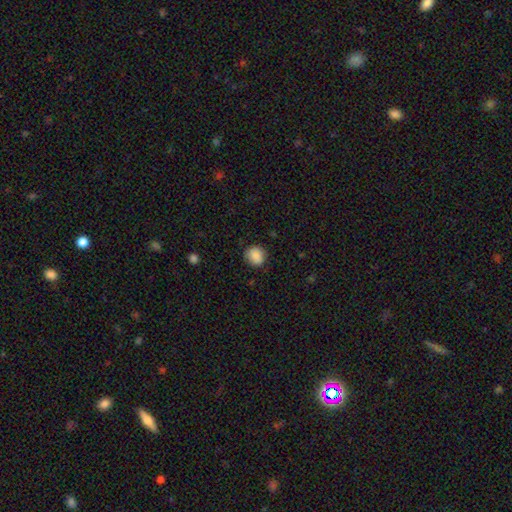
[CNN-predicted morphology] Overall: smooth (88%). How rounded: round (77%). Merging: none (83%).